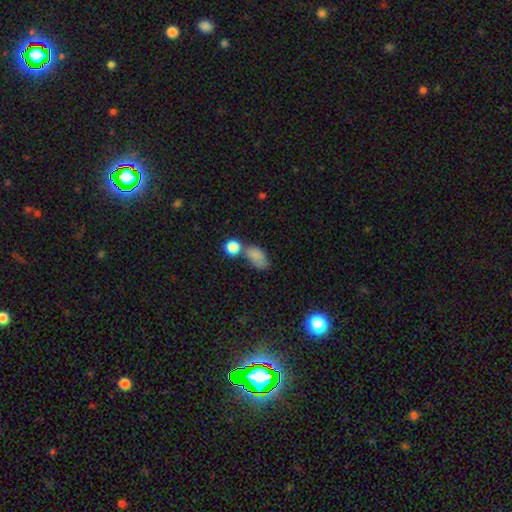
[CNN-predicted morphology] Smooth or featured? Predicted: smooth (p=0.78). How rounded? Predicted: in between (p=0.82). Merging? Predicted: none (p=0.39).